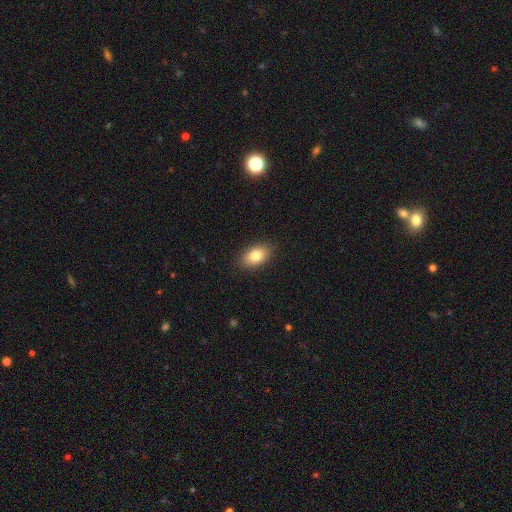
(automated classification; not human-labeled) Smooth or featured?
  - smooth: 83% *
  - featured or disk: 9%
  - star or artifact: 8%
How rounded?
  - in between: 89% *
  - round: 9%
  - cigar-shaped: 2%
Merging?
  - none: 88% *
  - minor disturbance: 9%
  - major disturbance: 2%
  - merger: 1%